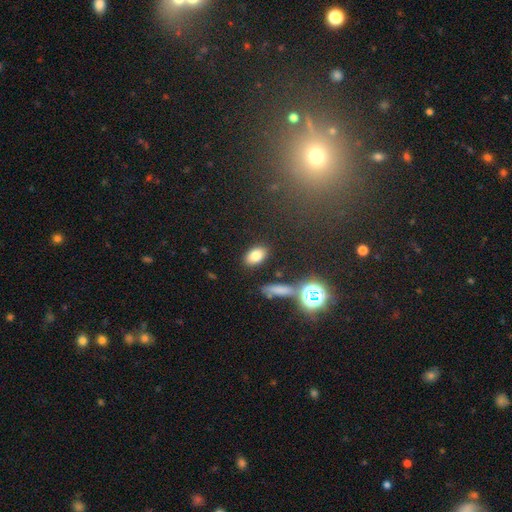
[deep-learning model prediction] Smooth or featured?
  - smooth: 80% *
  - star or artifact: 11%
  - featured or disk: 9%
How rounded?
  - in between: 87% *
  - round: 9%
  - cigar-shaped: 4%
Merging?
  - none: 85% *
  - minor disturbance: 9%
  - merger: 3%
  - major disturbance: 3%